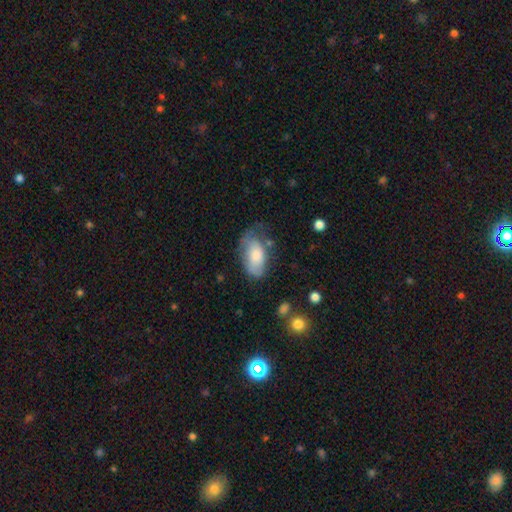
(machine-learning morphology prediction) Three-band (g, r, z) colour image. It shows a smooth galaxy with no disk features (73%) that is in between round and cigar-shaped (94%). Merging: none (42%).